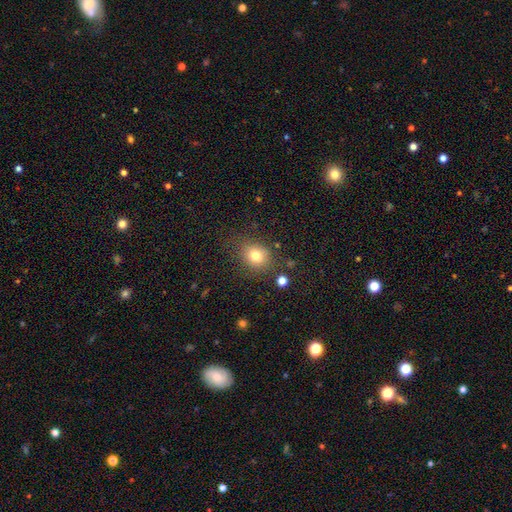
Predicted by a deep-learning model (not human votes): A smooth galaxy with no disk features (78%) that is round (69%). Merging: none (78%).